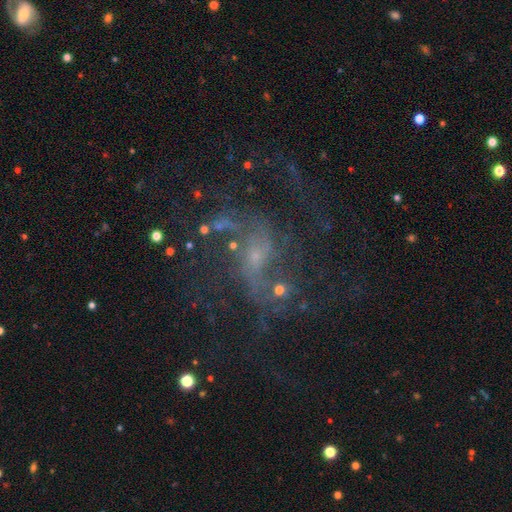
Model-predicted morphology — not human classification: The model was most divided on "bar": no: 48%, weak: 40%, strong: 12%. Remaining: edge-on disk — no (97%); spiral arms — yes (88%); smooth or featured — featured or disk (76%); bulge size — small (68%); merging — none (54%); spiral winding — loose (49%); spiral arm count — 2 (47%).